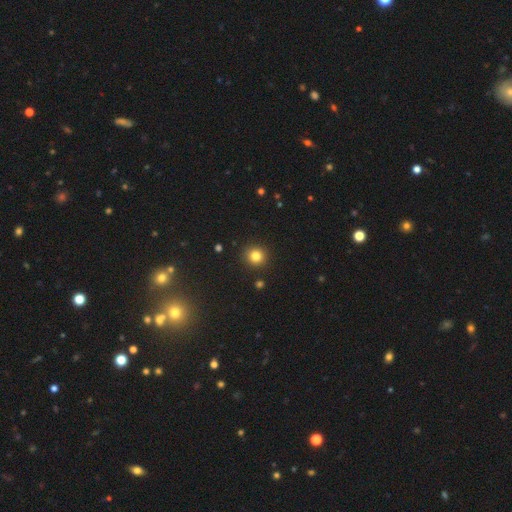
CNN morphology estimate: The model was most divided on "smooth or featured": smooth: 82%, star or artifact: 13%, featured or disk: 5%. More confident: how rounded — round (92%); merging — none (92%).